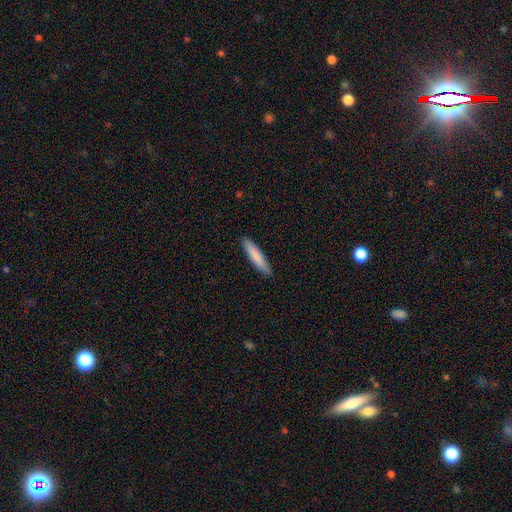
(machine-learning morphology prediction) smooth_or_featured: smooth (p=0.81) [alt: featured or disk p=0.14]
how_rounded: cigar-shaped (p=0.87) [alt: in between p=0.12]
merging: none (p=0.89) [alt: minor disturbance p=0.09]